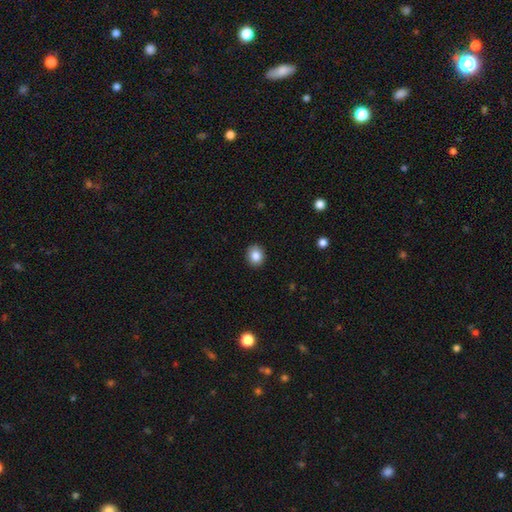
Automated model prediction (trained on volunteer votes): smooth 85%, star or artifact 9%, featured or disk 6%. Down the decision tree: how rounded — round (67%); merging — none (91%).